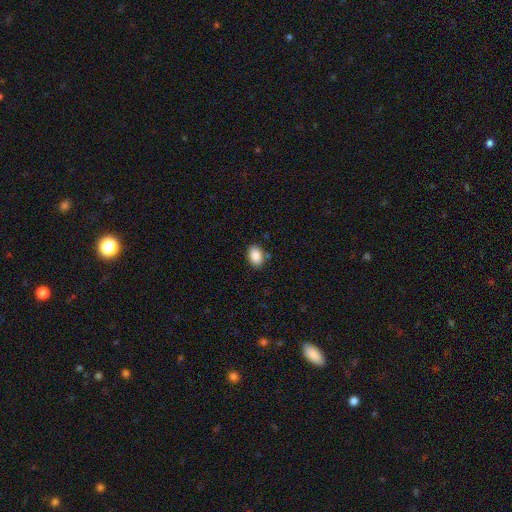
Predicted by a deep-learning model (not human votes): Overall: smooth (88%). How rounded: in between (82%). Merging: none (84%).